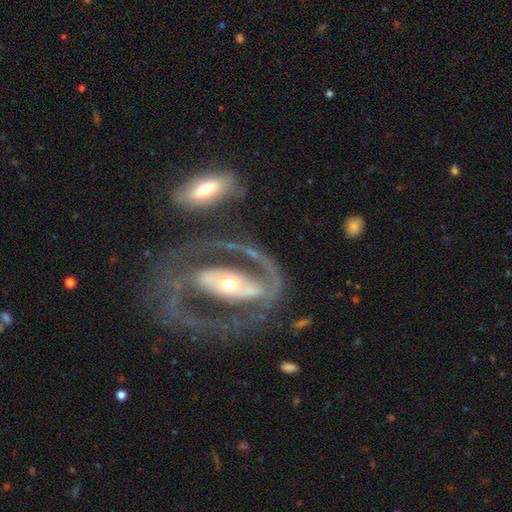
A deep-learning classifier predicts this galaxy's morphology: smooth-or-featured: featured or disk: 86% | smooth: 9% | star or artifact: 5%
  disk-edge-on: no: 93% | yes: 7%
    bar: strong: 51% | no: 26% | weak: 23%
    has-spiral-arms: yes: 75% | no: 25%
      spiral-winding: medium: 47% | tight: 32% | loose: 20%
      spiral-arm-count: 2: 81% | can't tell: 8% | 1: 7% | 3: 2% | 4: 1% | more than 4: 1%
    bulge-size: moderate: 60% | small: 31% | large: 7% | dominant: 1% | none: 1%
  merging: none: 56% | major disturbance: 21% | minor disturbance: 15% | merger: 7%